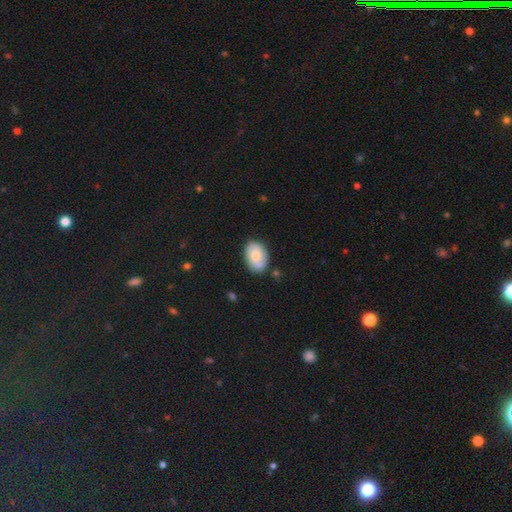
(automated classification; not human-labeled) A smooth galaxy with no disk features (65%) that is in between round and cigar-shaped (83%).

Vote fractions:
- Smooth or featured? smooth: 65% / featured or disk: 28% / star or artifact: 7%
- How rounded? in between: 83% / round: 16% / cigar-shaped: 1%
- Merging? none: 72% / minor disturbance: 20% / merger: 4% / major disturbance: 4%